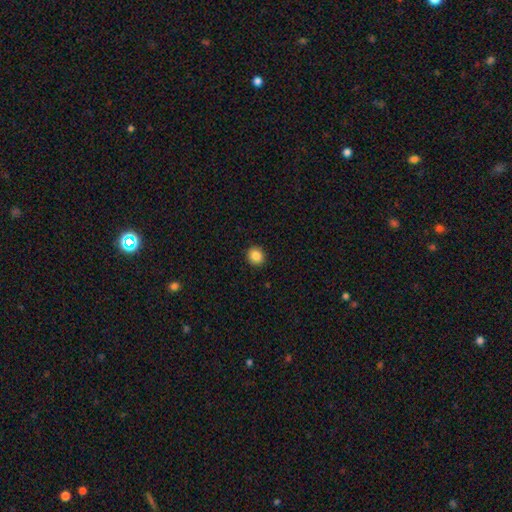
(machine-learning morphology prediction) A smooth galaxy with no disk features (87%) that is round (86%).

Vote fractions:
- Smooth or featured? smooth: 87% / star or artifact: 9% / featured or disk: 4%
- How rounded? round: 86% / in between: 13% / cigar-shaped: 1%
- Merging? none: 92% / minor disturbance: 5% / major disturbance: 2% / merger: 1%